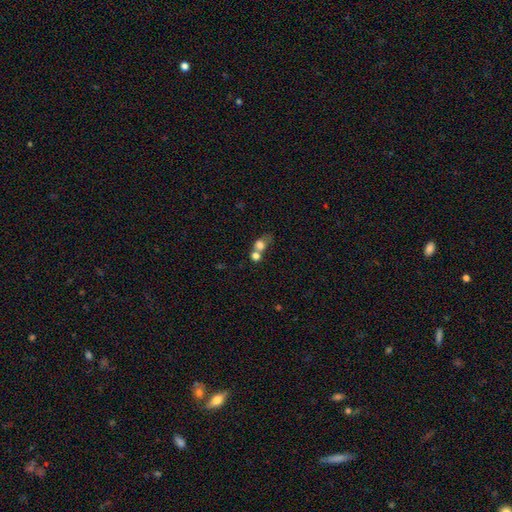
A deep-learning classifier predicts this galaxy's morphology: This appears to be a smooth galaxy with no disk features (74%) that is round (68%). Merging: merger (63%).